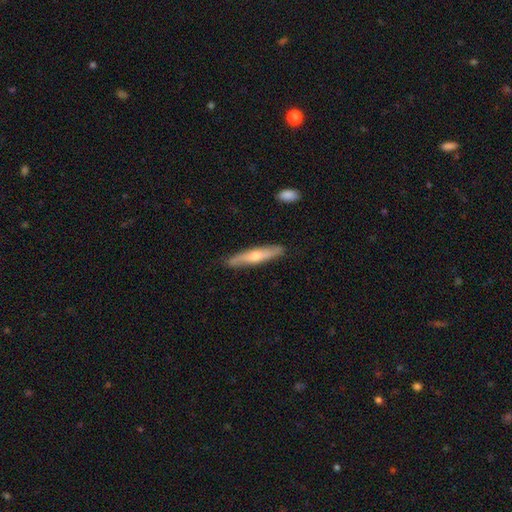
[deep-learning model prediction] Smooth or featured: featured or disk — 49% (smooth — 46%)
Merging: none — 85% (minor disturbance — 12%)